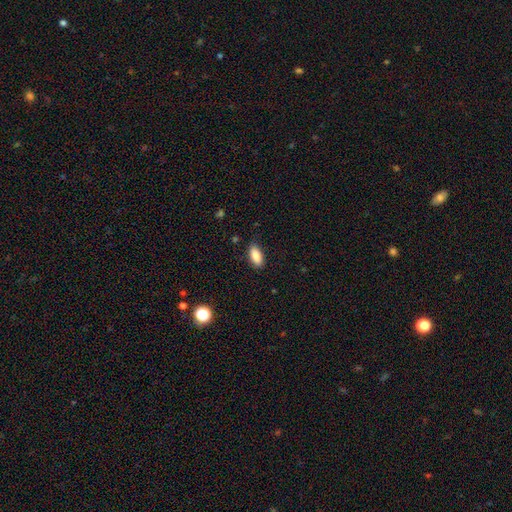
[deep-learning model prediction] A smooth galaxy with no disk features (88%) that is in between round and cigar-shaped (88%).

Vote fractions:
- Smooth or featured? smooth: 88% / star or artifact: 7% / featured or disk: 5%
- How rounded? in between: 88% / cigar-shaped: 9% / round: 2%
- Merging? none: 82% / minor disturbance: 14% / major disturbance: 3% / merger: 1%